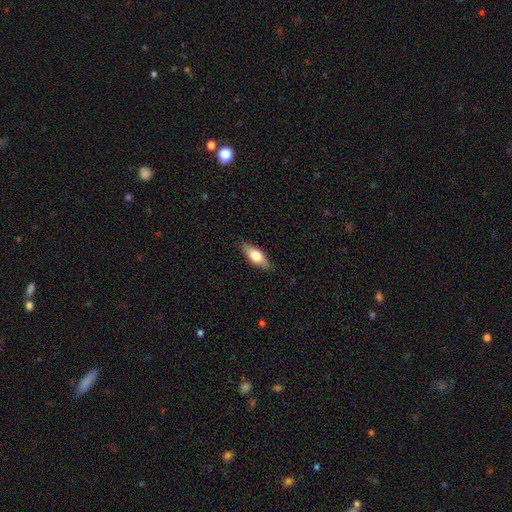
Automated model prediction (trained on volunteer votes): Smooth or featured?
  - smooth: 66% *
  - featured or disk: 28%
  - star or artifact: 6%
How rounded?
  - in between: 76% *
  - cigar-shaped: 21%
  - round: 3%
Merging?
  - none: 86% *
  - minor disturbance: 11%
  - major disturbance: 2%
  - merger: 1%